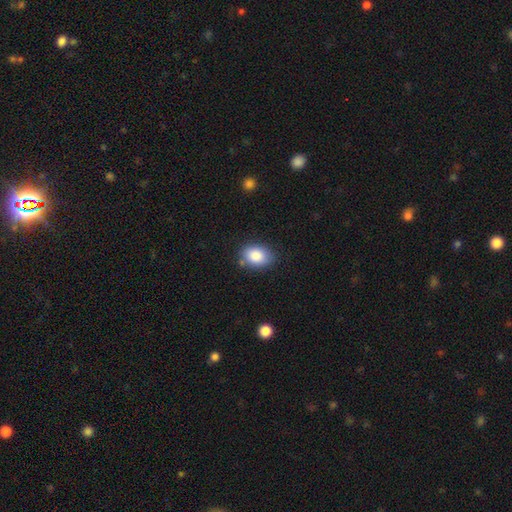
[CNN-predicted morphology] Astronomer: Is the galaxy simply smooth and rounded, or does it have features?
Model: smooth — 87%.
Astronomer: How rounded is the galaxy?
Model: in between — 77%.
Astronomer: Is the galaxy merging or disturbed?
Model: none — 77%.